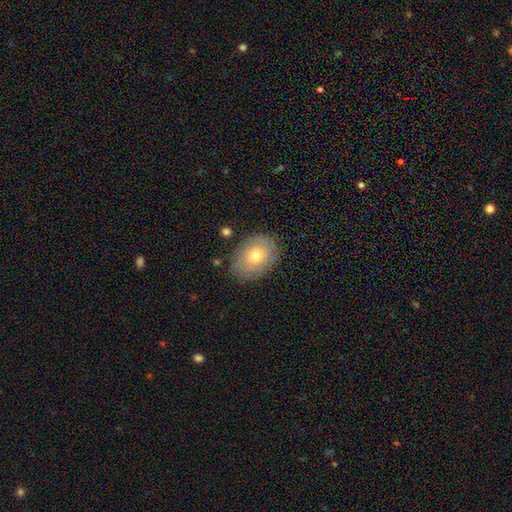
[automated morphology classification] smooth-or-featured: smooth: 65% | featured or disk: 27% | star or artifact: 8%
  how-rounded: in between: 72% | round: 26% | cigar-shaped: 1%
  merging: none: 80% | minor disturbance: 15% | major disturbance: 4% | merger: 2%